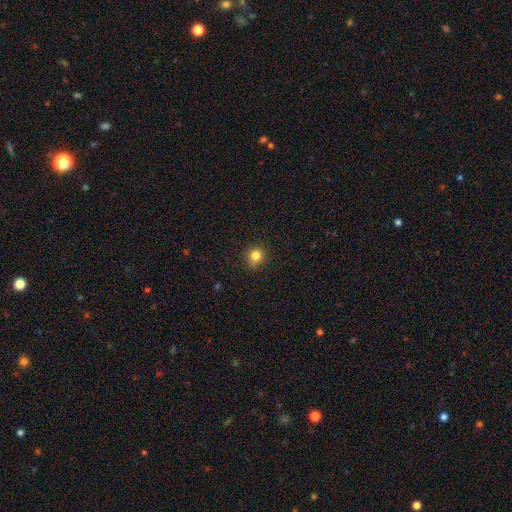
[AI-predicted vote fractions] Smooth or featured: smooth — 82% (star or artifact — 13%)
How rounded: round — 89% (in between — 10%)
Merging: none — 81% (minor disturbance — 14%)